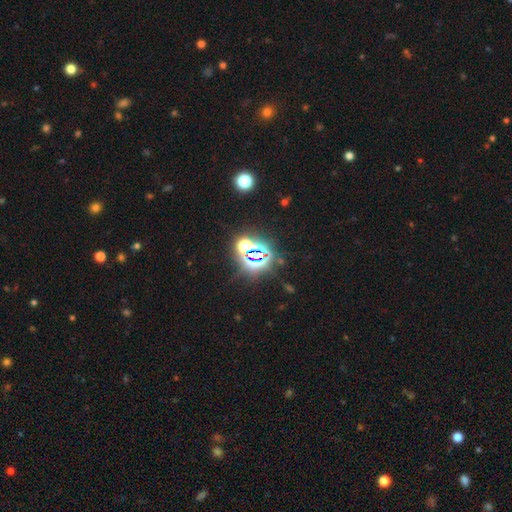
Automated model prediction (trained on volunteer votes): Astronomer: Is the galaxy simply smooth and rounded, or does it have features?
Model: star or artifact — 78%.